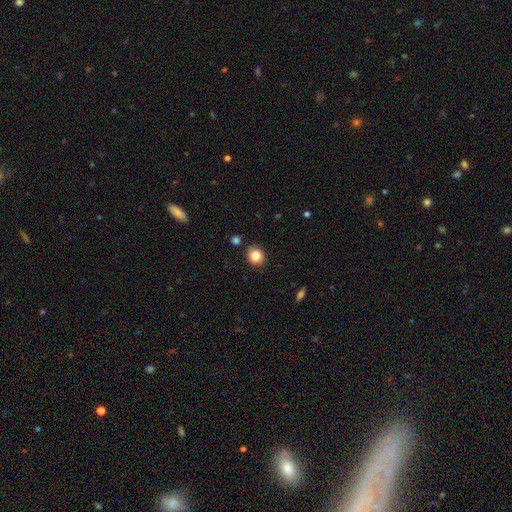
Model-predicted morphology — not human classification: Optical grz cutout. It shows a smooth galaxy with no disk features (86%) that is round (76%). Merging: none (85%).